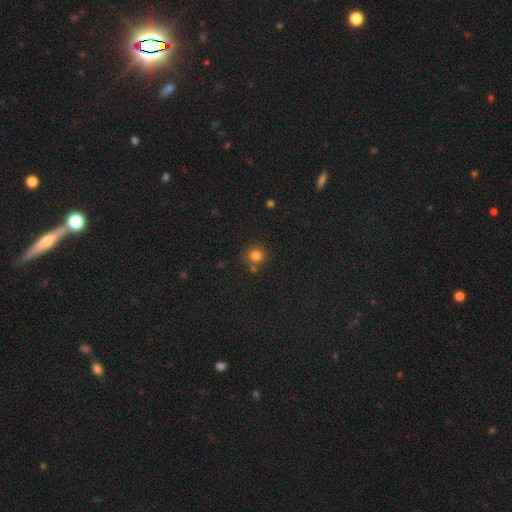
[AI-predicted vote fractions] This appears to be a smooth galaxy with no disk features (80%) that is round (91%). Merging: none (72%).